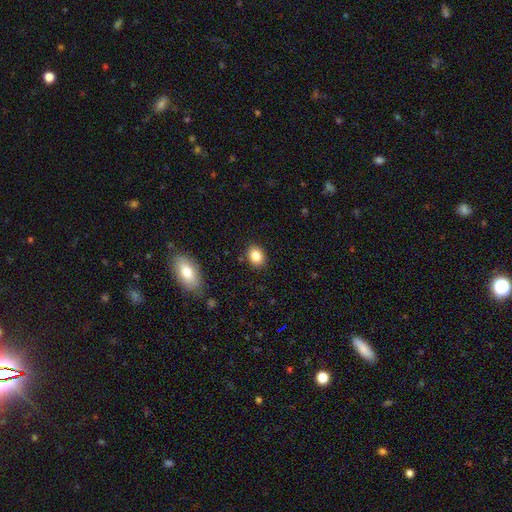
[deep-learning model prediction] This appears to be a smooth galaxy with no disk features (85%) that is in between round and cigar-shaped (56%). Merging: none (88%).